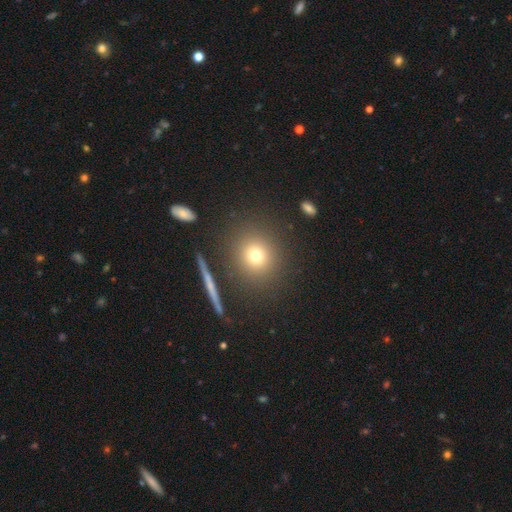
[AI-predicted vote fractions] smooth 73%, star or artifact 16%, featured or disk 11%. Down the decision tree: how rounded — round (89%); merging — none (86%).